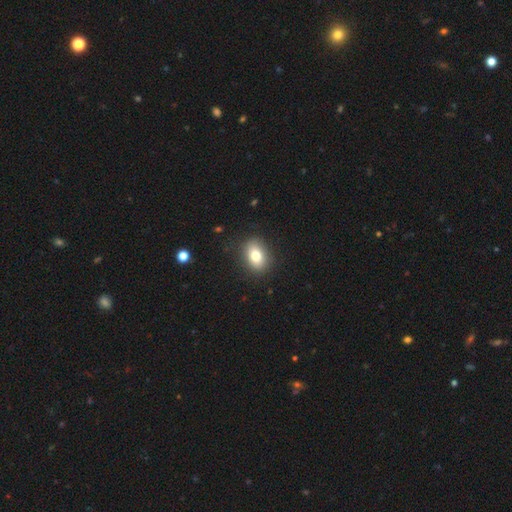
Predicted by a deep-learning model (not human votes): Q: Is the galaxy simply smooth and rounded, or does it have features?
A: smooth — 77%.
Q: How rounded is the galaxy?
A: in between — 75%.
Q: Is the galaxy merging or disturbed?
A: none — 87%.